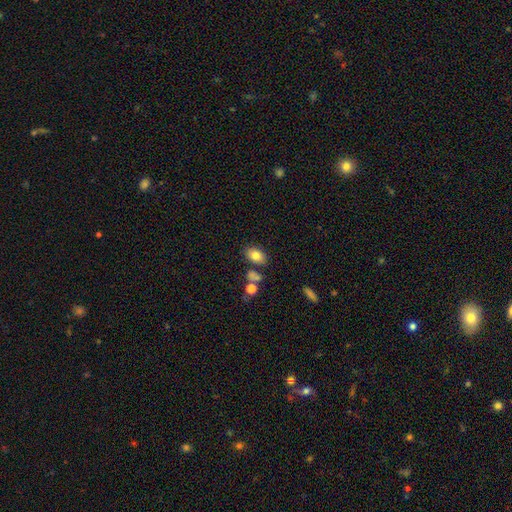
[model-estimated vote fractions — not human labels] Overall: smooth (80%). How rounded: in between (82%). Merging: none (71%).